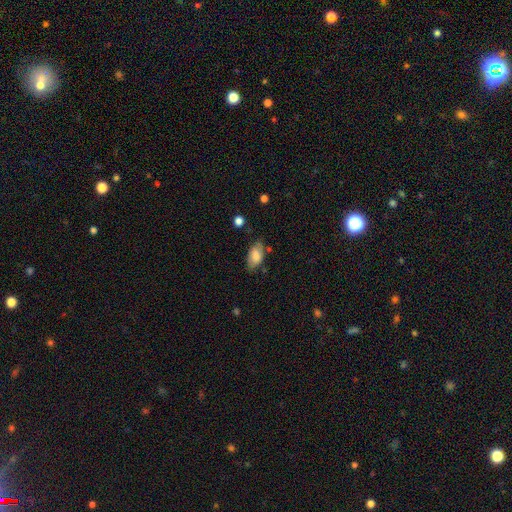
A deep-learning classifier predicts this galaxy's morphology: Overall: smooth (74%). How rounded: in between (92%). Merging: none (70%).